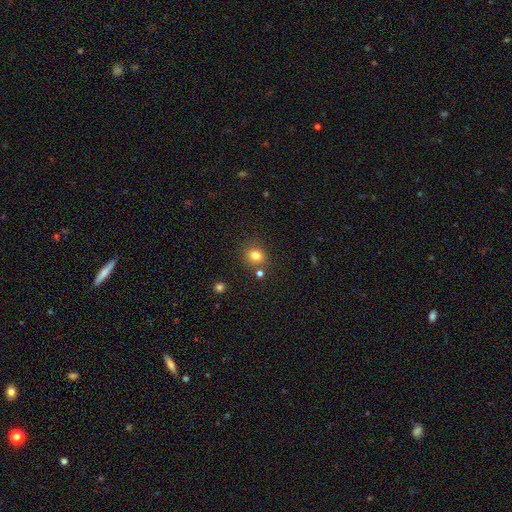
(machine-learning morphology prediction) Smooth or featured? Predicted: smooth (p=0.79). How rounded? Predicted: round (p=0.77). Merging? Predicted: none (p=0.79).